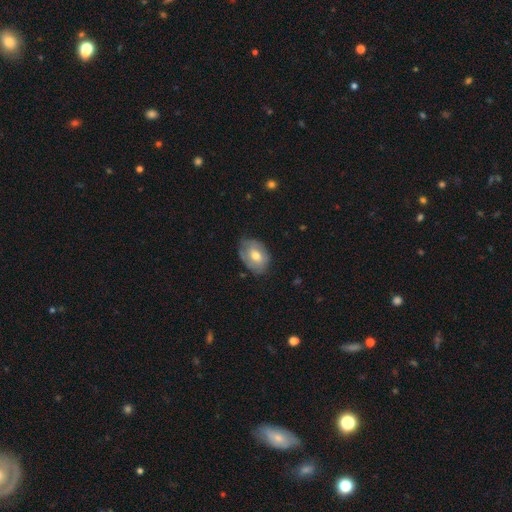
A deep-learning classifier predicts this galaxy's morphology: Smooth or featured?
  - smooth: 58% *
  - featured or disk: 35%
  - star or artifact: 7%
How rounded?
  - in between: 75% *
  - round: 24%
  - cigar-shaped: 1%
Merging?
  - none: 63% *
  - minor disturbance: 29%
  - major disturbance: 7%
  - merger: 1%